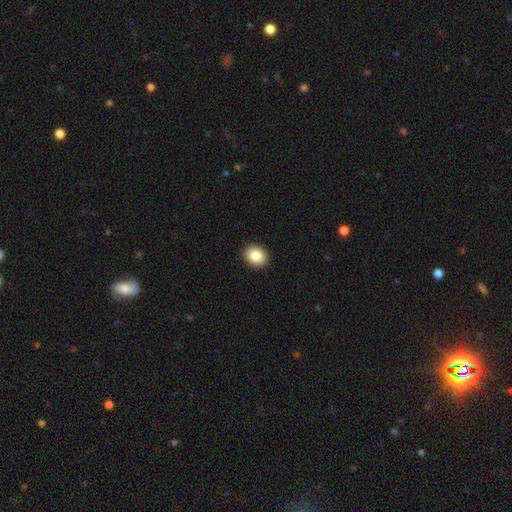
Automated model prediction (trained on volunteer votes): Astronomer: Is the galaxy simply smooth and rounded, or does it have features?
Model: smooth — 86%.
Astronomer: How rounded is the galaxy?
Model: round — 65%.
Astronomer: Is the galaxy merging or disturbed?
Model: none — 92%.